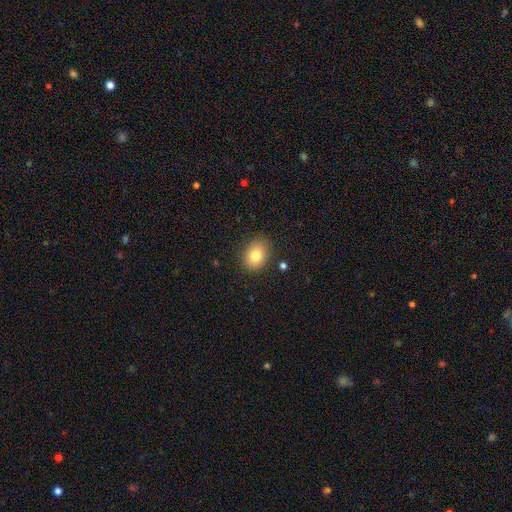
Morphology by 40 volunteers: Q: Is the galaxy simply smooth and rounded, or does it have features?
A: smooth — 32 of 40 (80%).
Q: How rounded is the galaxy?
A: in between — 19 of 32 (59%).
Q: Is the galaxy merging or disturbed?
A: none — 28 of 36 (78%).